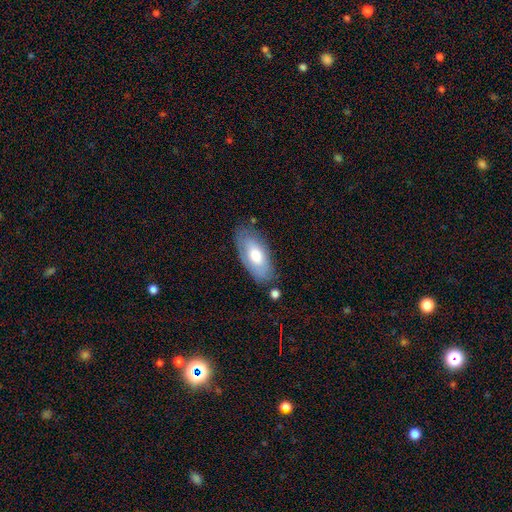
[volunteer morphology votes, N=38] Smooth or featured? featured or disk (55%)
Edge-on disk? no (81%)
Bar? no (82%)
Spiral arms? no (65%)
Bulge size? moderate (47%)
Merging? none (74%)